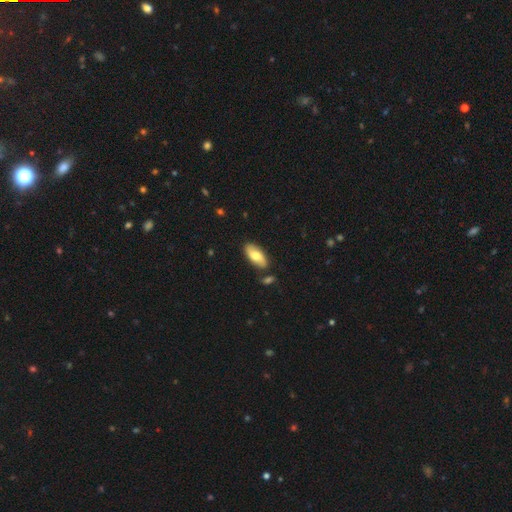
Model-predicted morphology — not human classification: Overall: smooth (69%). How rounded: in between (87%). Merging: none (79%).